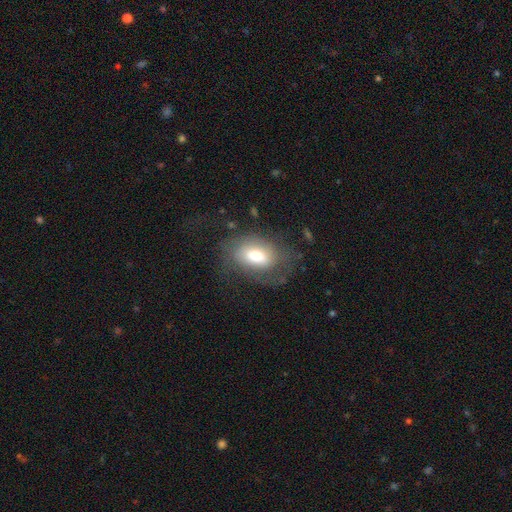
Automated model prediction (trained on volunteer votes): The model was most divided on "smooth or featured": smooth: 57%, featured or disk: 35%, star or artifact: 8%. More confident: how rounded — in between (88%); merging — none (54%).